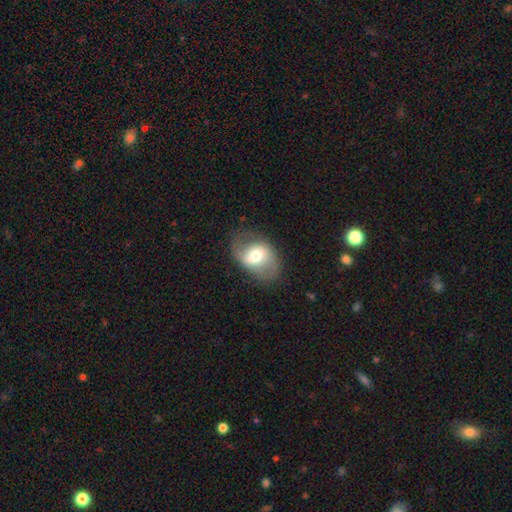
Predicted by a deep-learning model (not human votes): Q: Smooth or featured?
A: featured or disk (51%); runner-up: smooth (42%)
Q: Edge-on disk?
A: no (94%); runner-up: yes (6%)
Q: Merging?
A: none (72%); runner-up: minor disturbance (17%)